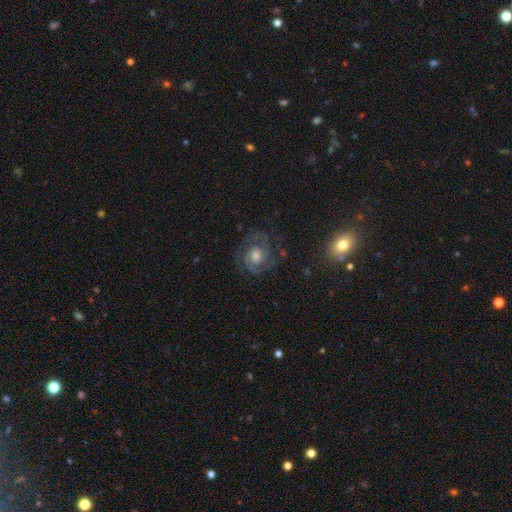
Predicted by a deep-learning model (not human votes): A featured or disk galaxy (86%) with no bar (61%), 2 (76%) tight (56%) spiral arms (97%) and a moderate central bulge (60%). Merging: none (79%).